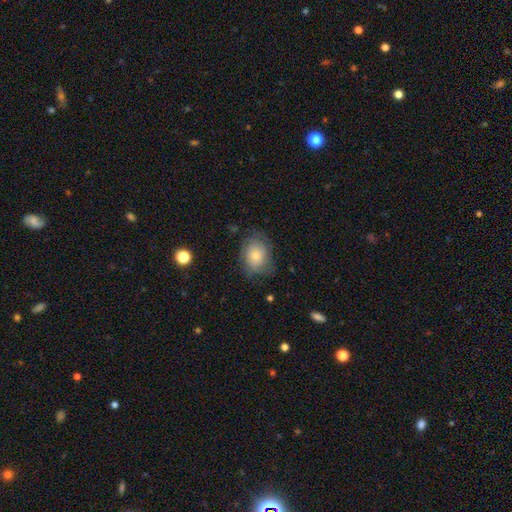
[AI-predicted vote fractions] The model was most divided on "how rounded": in between: 56%, round: 43%, cigar-shaped: 1%. More confident: merging — none (64%); smooth or featured — smooth (63%).